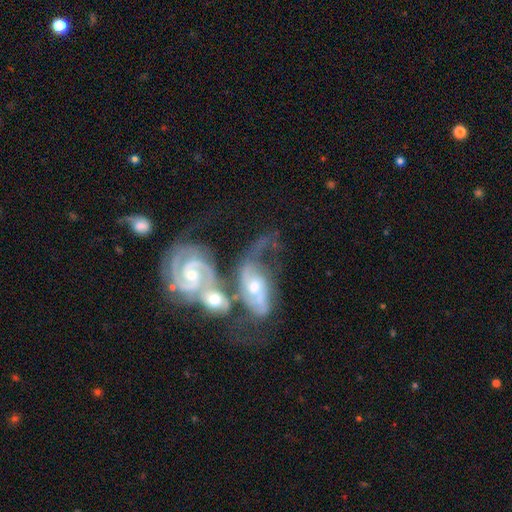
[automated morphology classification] This appears to be a featured or disk galaxy (86%) with no bar (54%), 2 (66%) tight (50%) spiral arms (96%) and a moderate central bulge (55%). Merging: merger (64%).